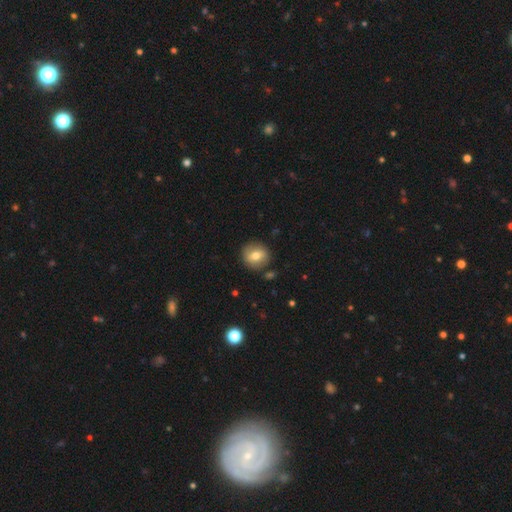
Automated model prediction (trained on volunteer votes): smooth-or-featured: smooth: 67% | featured or disk: 24% | star or artifact: 9%
  how-rounded: round: 89% | in between: 10% | cigar-shaped: 1%
  merging: none: 86% | minor disturbance: 9% | major disturbance: 3% | merger: 2%